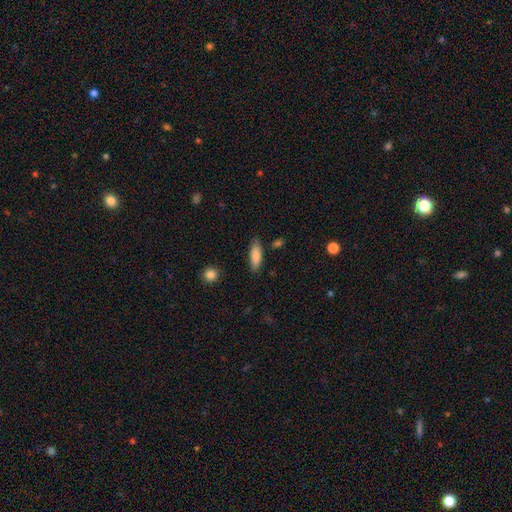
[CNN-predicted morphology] A smooth galaxy with no disk features (85%) that is in between round and cigar-shaped (57%). Merging: none (84%).